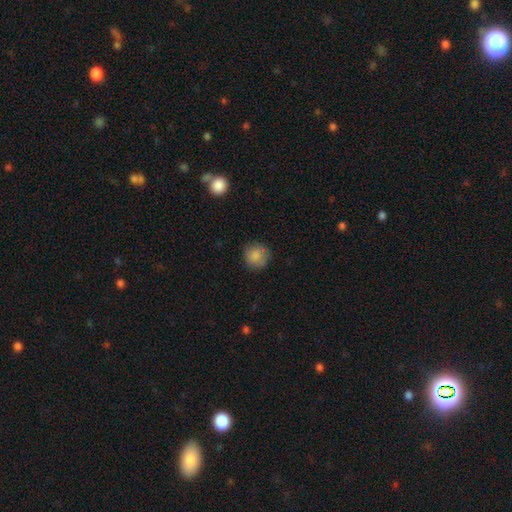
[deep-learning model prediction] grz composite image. It shows a smooth galaxy with no disk features (85%) that is round (92%). Merging: none (84%).